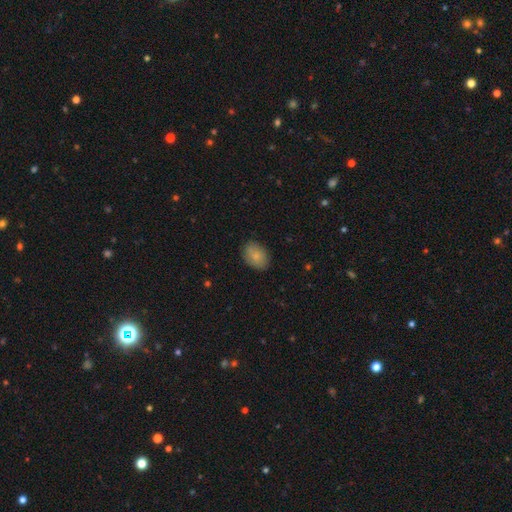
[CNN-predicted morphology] Smooth or featured? smooth (82%)
How rounded? in between (78%)
Merging? none (84%)